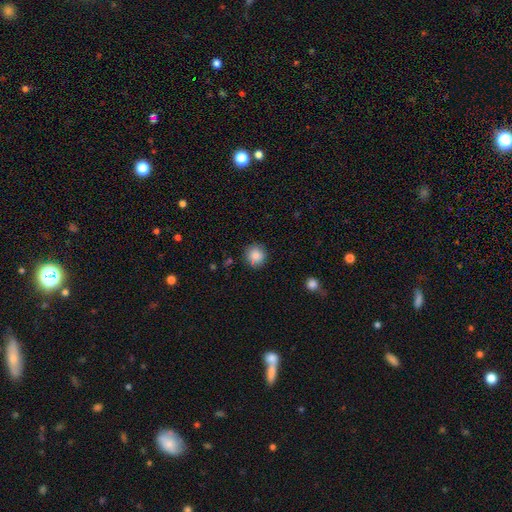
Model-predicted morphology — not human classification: Smooth or featured?
  - smooth: 83% *
  - star or artifact: 10%
  - featured or disk: 8%
How rounded?
  - round: 90% *
  - in between: 9%
  - cigar-shaped: 1%
Merging?
  - none: 83% *
  - minor disturbance: 12%
  - major disturbance: 3%
  - merger: 2%